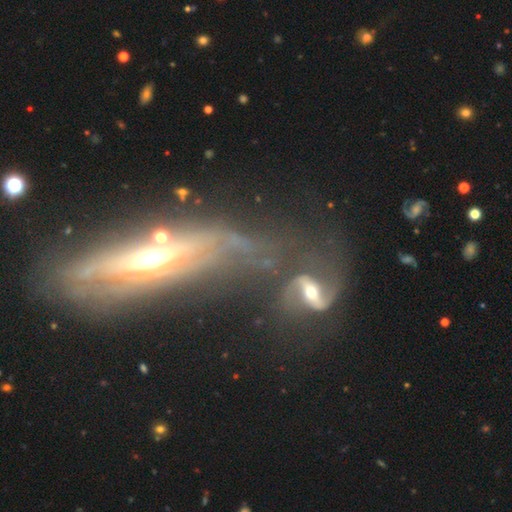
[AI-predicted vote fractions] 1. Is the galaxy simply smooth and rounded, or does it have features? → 71% featured or disk, 17% smooth, 12% star or artifact.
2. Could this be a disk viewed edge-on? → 55% no, 45% yes.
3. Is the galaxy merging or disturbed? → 45% merger, 25% none, 17% major disturbance, 12% minor disturbance.